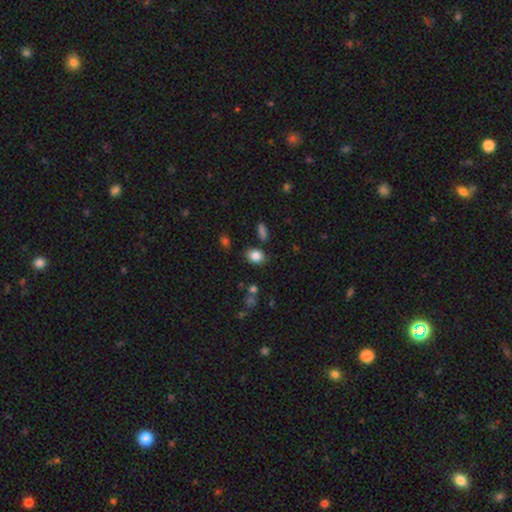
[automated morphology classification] smooth 84%, star or artifact 9%, featured or disk 7%. Down the decision tree: how rounded — in between (61%); merging — none (82%).